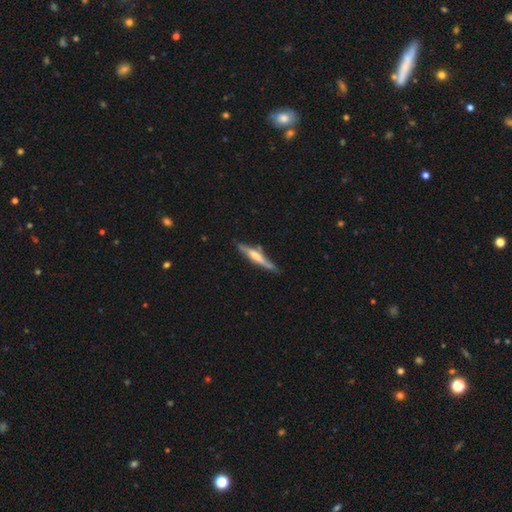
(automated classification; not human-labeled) The model was most divided on "edge-on bulge": rounded: 53%, boxy: 28%, none: 19%. More confident: edge-on disk — yes (92%); merging — none (71%); smooth or featured — featured or disk (60%).